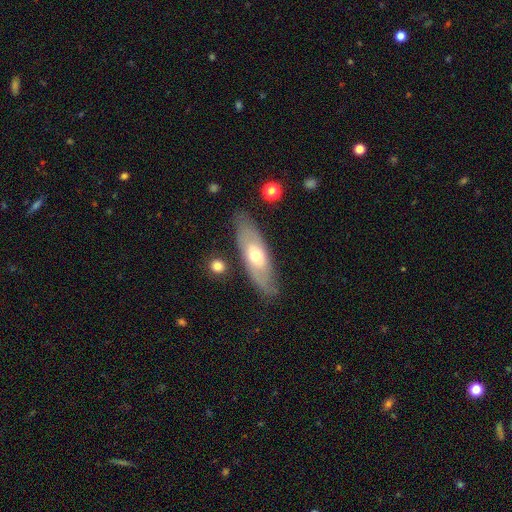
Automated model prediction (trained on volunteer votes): smooth_or_featured: featured or disk (p=0.54) [alt: smooth p=0.40]
disk_edge_on: no (p=0.67) [alt: yes p=0.33]
merging: none (p=0.79) [alt: minor disturbance p=0.15]